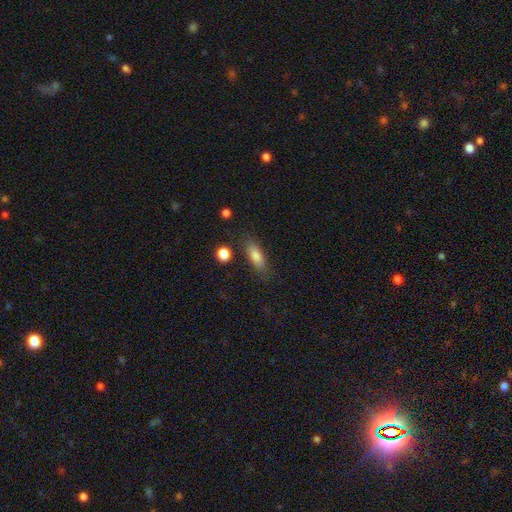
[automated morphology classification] Smooth or featured?
  - smooth: 78% *
  - featured or disk: 13%
  - star or artifact: 8%
How rounded?
  - in between: 66% *
  - cigar-shaped: 30%
  - round: 4%
Merging?
  - none: 80% *
  - minor disturbance: 13%
  - major disturbance: 4%
  - merger: 3%